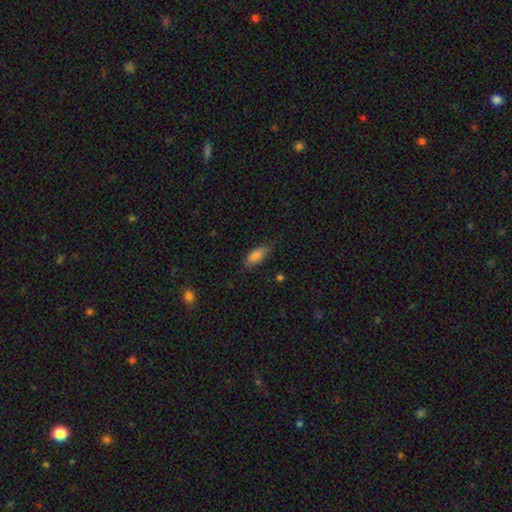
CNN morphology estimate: smooth 82%, featured or disk 11%, star or artifact 7%. Down the decision tree: how rounded — in between (77%); merging — none (73%).